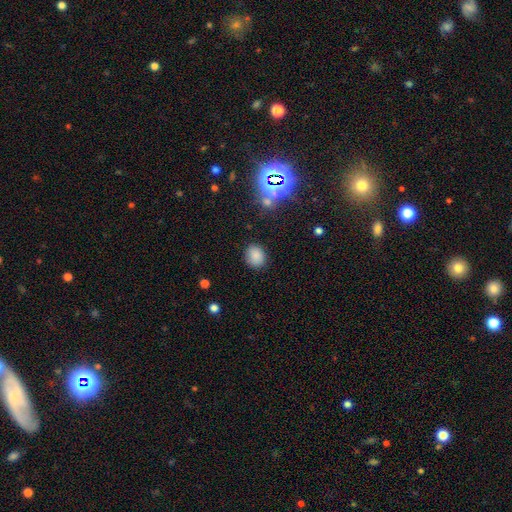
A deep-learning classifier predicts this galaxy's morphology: A smooth galaxy with no disk features (82%) that is round (59%). Merging: none (85%).